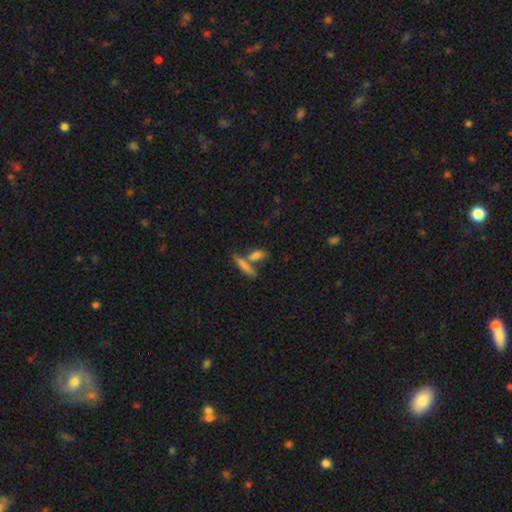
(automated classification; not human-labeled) This appears to be a smooth galaxy with no disk features (78%) that is in between round and cigar-shaped (50%). Merging: none (50%).